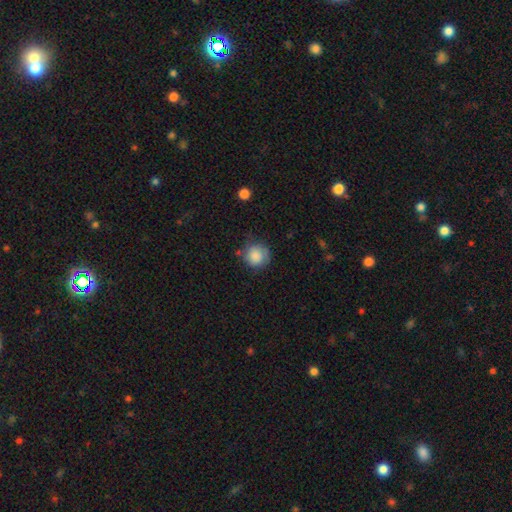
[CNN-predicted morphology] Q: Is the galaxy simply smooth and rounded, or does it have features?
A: smooth — 83%.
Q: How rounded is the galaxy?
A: round — 89%.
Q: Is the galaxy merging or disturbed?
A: none — 68%.